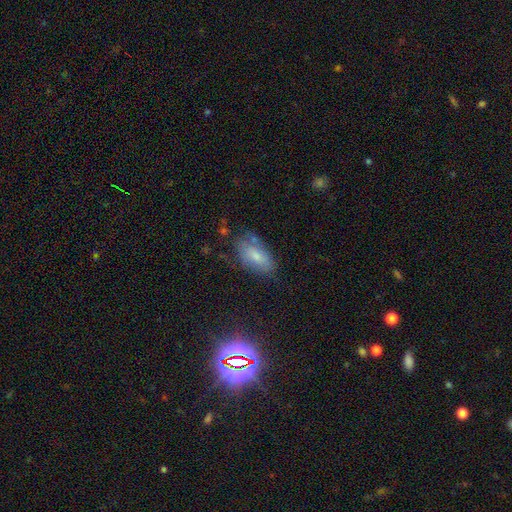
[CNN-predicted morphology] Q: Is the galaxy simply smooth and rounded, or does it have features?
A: smooth — 71%.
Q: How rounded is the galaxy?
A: in between — 90%.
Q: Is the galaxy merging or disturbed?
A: none — 65%.